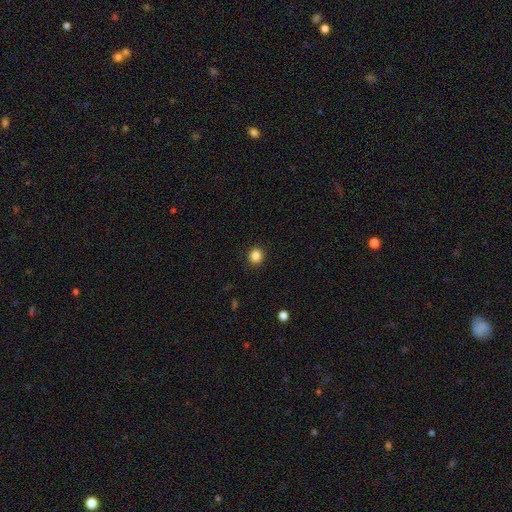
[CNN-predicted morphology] Smooth or featured: smooth — 85% (star or artifact — 11%)
How rounded: round — 84% (in between — 15%)
Merging: none — 91% (minor disturbance — 6%)